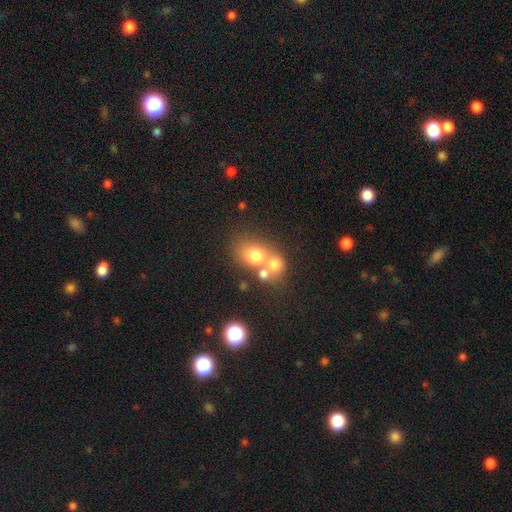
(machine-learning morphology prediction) type=smooth (69%); roundness=round (62%); merging=merger (53%).